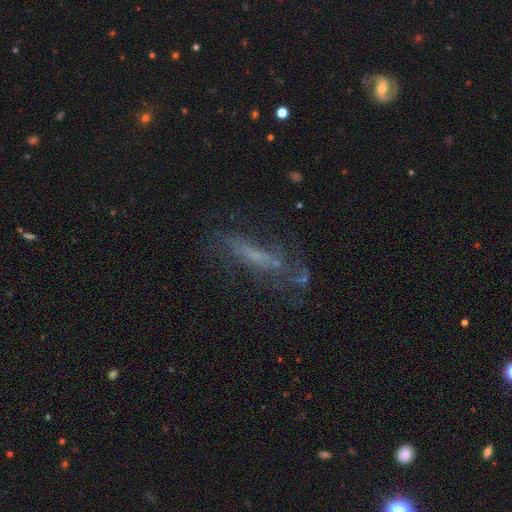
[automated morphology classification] Smooth or featured? featured or disk (50%)
Merging? none (50%)